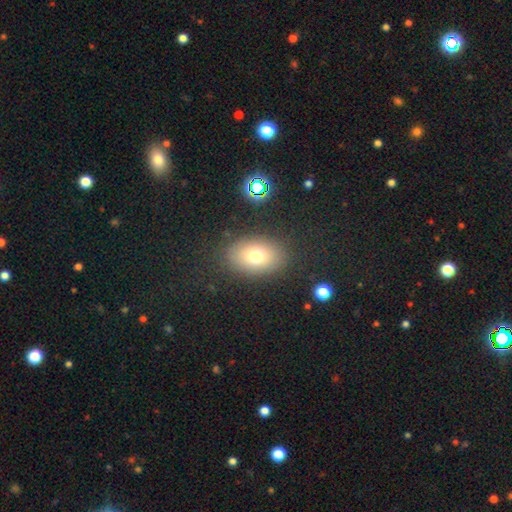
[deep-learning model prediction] Smooth or featured?
  - smooth: 72% *
  - featured or disk: 15%
  - star or artifact: 14%
How rounded?
  - in between: 77% *
  - round: 22%
  - cigar-shaped: 1%
Merging?
  - none: 84% *
  - minor disturbance: 10%
  - major disturbance: 5%
  - merger: 2%